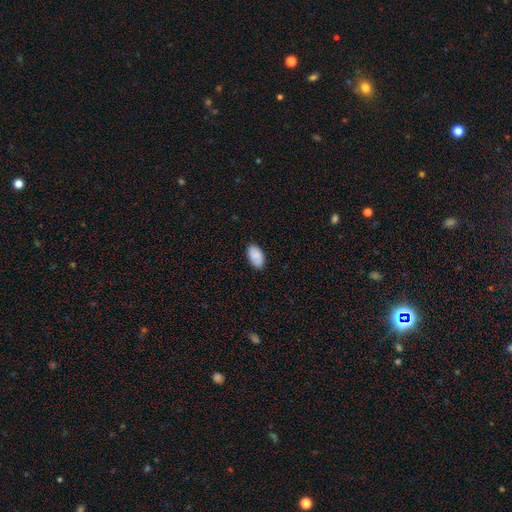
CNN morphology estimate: smooth-or-featured: smooth: 84% | featured or disk: 9% | star or artifact: 7%
  how-rounded: in between: 94% | round: 5% | cigar-shaped: 1%
  merging: none: 84% | minor disturbance: 13% | major disturbance: 2% | merger: 1%